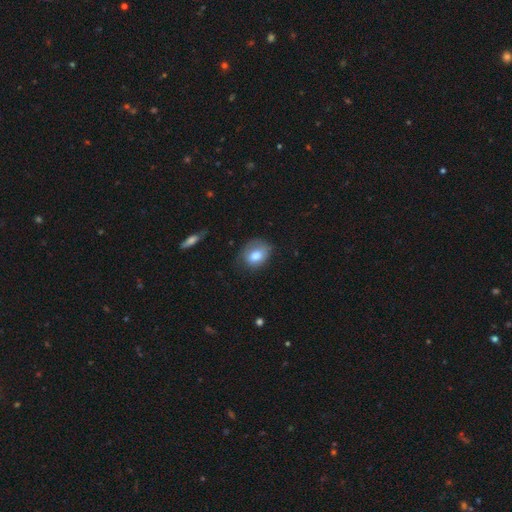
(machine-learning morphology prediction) Smooth or featured? Predicted: smooth (p=0.77). How rounded? Predicted: in between (p=0.60). Merging? Predicted: none (p=0.58).